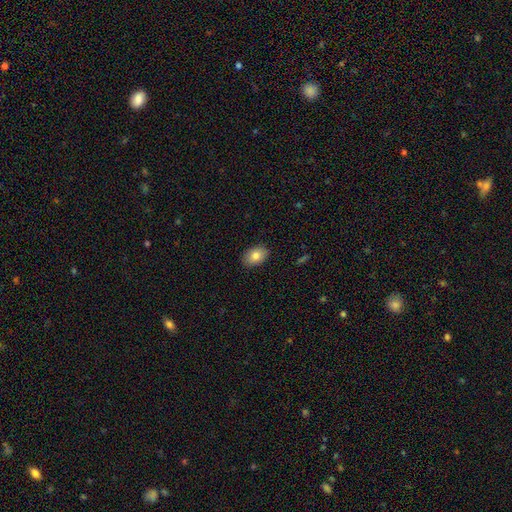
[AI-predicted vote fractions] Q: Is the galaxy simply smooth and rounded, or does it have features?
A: smooth — 81%.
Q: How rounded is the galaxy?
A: in between — 86%.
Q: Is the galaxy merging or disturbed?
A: none — 89%.